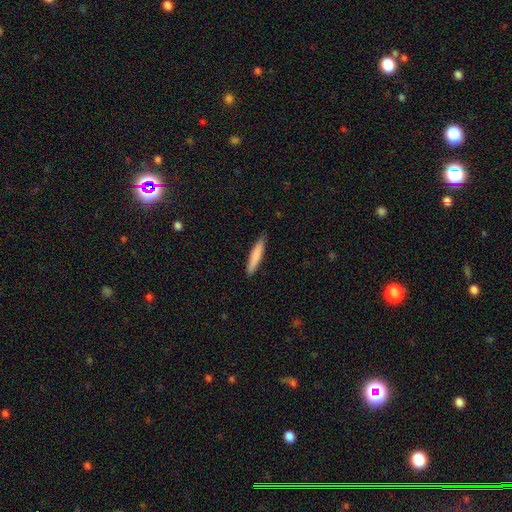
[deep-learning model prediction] Smooth or featured? smooth (80%)
How rounded? cigar-shaped (91%)
Merging? none (85%)